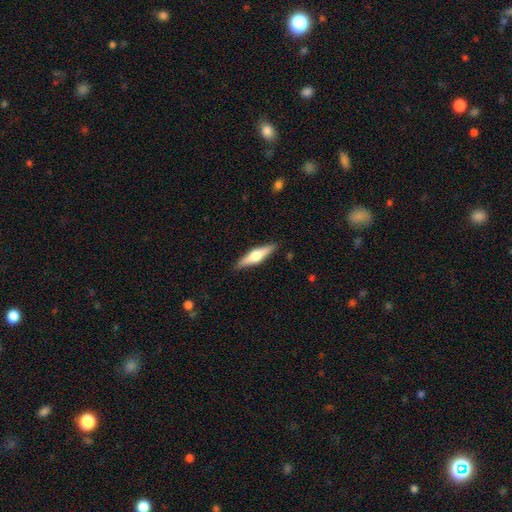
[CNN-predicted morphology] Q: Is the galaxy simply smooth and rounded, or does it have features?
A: featured or disk — 56%.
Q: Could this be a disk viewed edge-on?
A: yes — 95%.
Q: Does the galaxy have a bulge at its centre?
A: rounded — 92%.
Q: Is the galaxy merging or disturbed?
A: none — 89%.